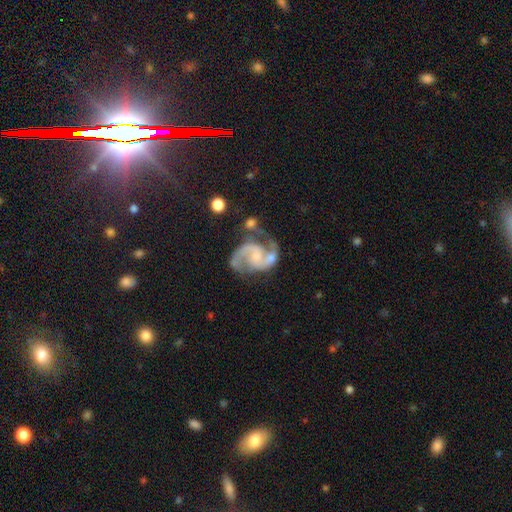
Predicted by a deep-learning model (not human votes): Morphology: type=featured or disk (91%); edge-on=no (98%); bar=no (44%); spiral arms=yes (97%); winding=medium (61%); arm count=2 (93%); bulge=small (46%); merging=none (54%).